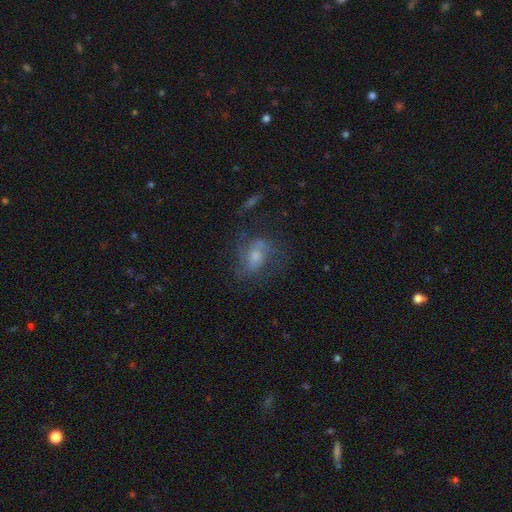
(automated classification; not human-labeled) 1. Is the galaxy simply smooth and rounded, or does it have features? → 61% featured or disk, 26% smooth, 12% star or artifact.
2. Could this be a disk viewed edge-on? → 96% no, 4% yes.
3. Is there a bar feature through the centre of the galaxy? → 60% no, 34% weak, 7% strong.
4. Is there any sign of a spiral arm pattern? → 78% yes, 22% no.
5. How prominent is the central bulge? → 48% moderate, 33% small, 9% large, 8% none, 2% dominant.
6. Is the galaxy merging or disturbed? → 53% none, 23% major disturbance, 20% minor disturbance, 4% merger.